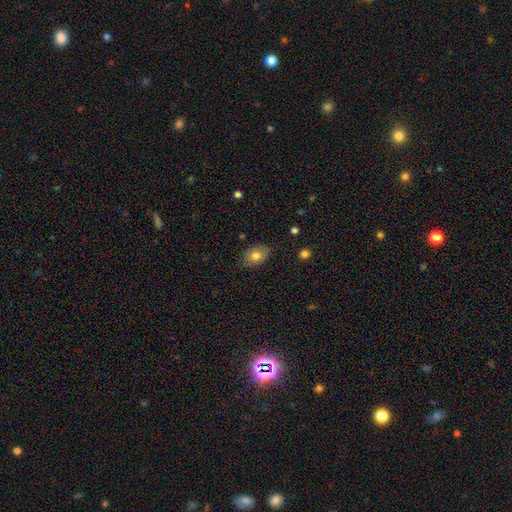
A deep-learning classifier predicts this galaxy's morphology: smooth_or_featured: smooth (p=0.75) [alt: featured or disk p=0.17]
how_rounded: in between (p=0.79) [alt: round p=0.20]
merging: none (p=0.79) [alt: minor disturbance p=0.17]